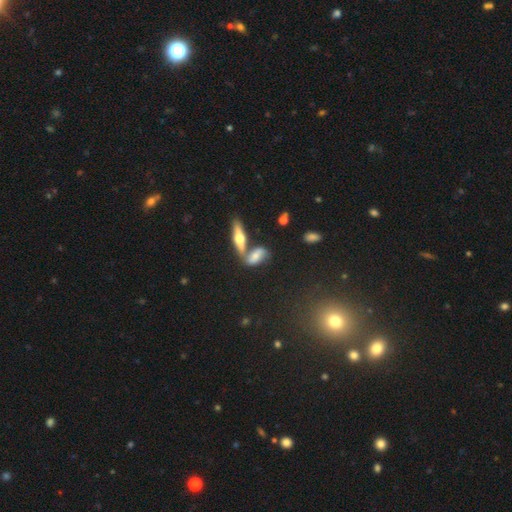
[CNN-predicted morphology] A smooth galaxy with no disk features (47%).

Vote fractions:
- Smooth or featured? smooth: 47% / featured or disk: 40% / star or artifact: 13%
- Merging? none: 48% / merger: 33% / minor disturbance: 14% / major disturbance: 6%